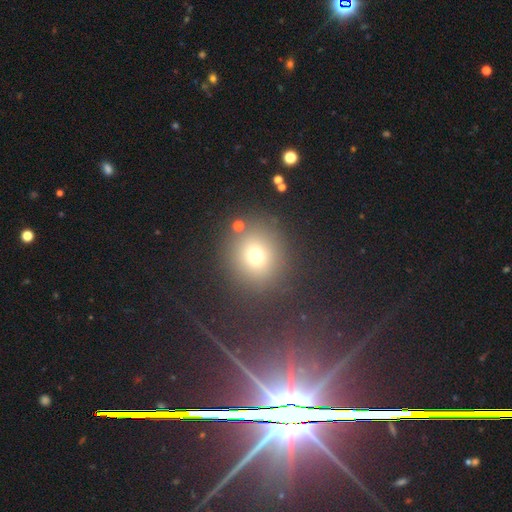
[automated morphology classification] This appears to be a smooth galaxy with no disk features (66%) that is round (87%). Merging: none (85%).